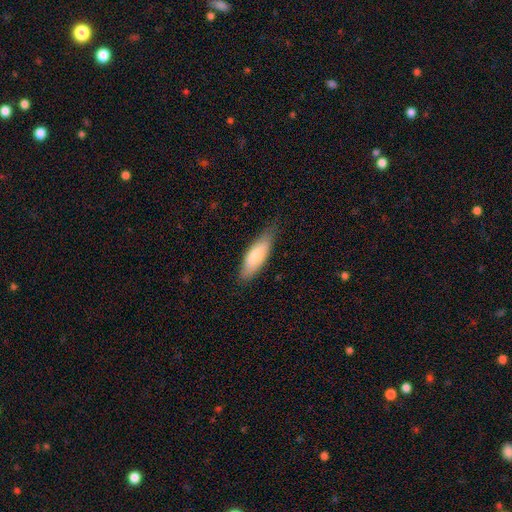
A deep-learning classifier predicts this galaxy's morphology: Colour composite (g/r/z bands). It shows a smooth galaxy with no disk features (78%) that is in between round and cigar-shaped (62%). Merging: none (73%).